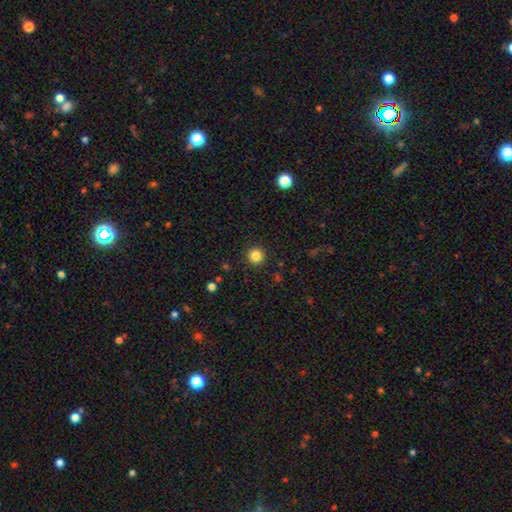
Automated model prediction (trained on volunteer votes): Smooth or featured? smooth (84%)
How rounded? round (94%)
Merging? none (92%)